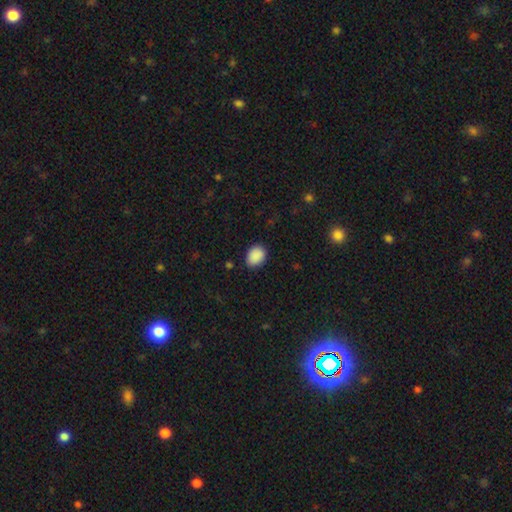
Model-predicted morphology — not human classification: This is clearly a smooth galaxy (89%). How rounded: likely in between (64%). Merging: clearly none (83%).